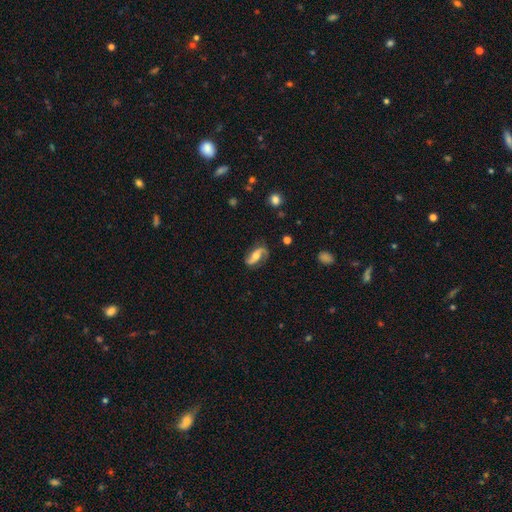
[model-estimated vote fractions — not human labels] Overall: featured or disk (84%). Edge-on disk: no (95%). Bar: no (42%; weak 32%). Spiral arms: yes (96%). Spiral arm count: 2 (92%). Spiral winding: loose (60%; medium 30%). Bulge size: moderate (66%). Merging: none (78%).